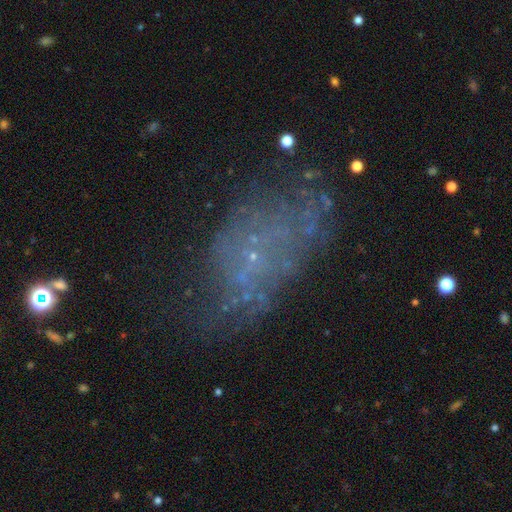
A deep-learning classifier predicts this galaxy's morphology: Q: Smooth or featured?
A: featured or disk (46%); runner-up: smooth (30%)
Q: Merging?
A: none (47%); runner-up: major disturbance (25%)